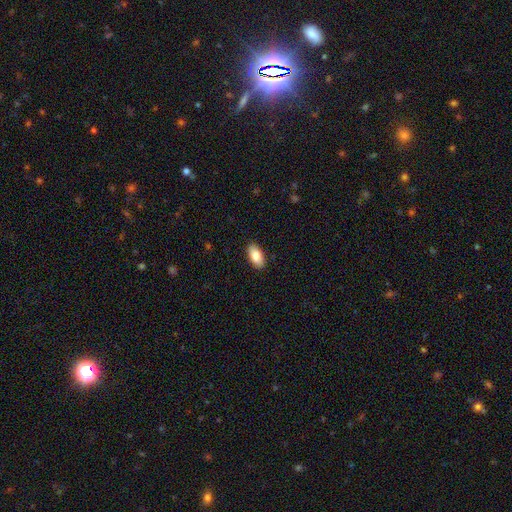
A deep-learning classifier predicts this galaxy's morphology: Smooth or featured: smooth — 85% (featured or disk — 9%)
How rounded: in between — 92% (cigar-shaped — 5%)
Merging: none — 90% (minor disturbance — 8%)